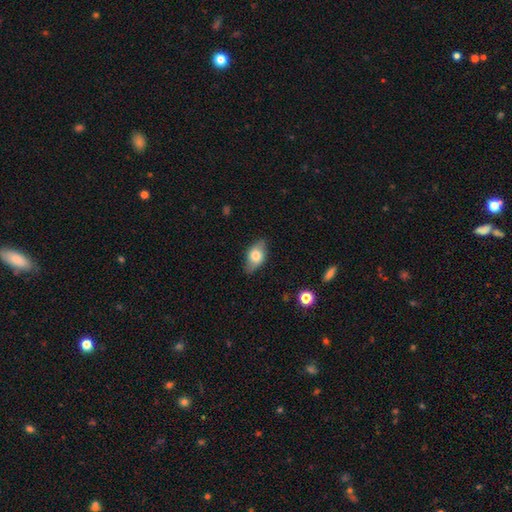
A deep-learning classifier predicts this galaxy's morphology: This appears to be a smooth galaxy with no disk features (72%) that is in between round and cigar-shaped (88%). Merging: none (80%).